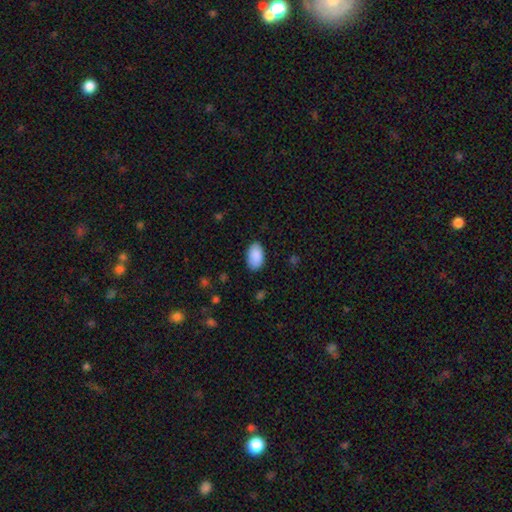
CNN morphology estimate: A smooth galaxy with no disk features (90%) that is in between round and cigar-shaped (94%). Merging: none (84%).